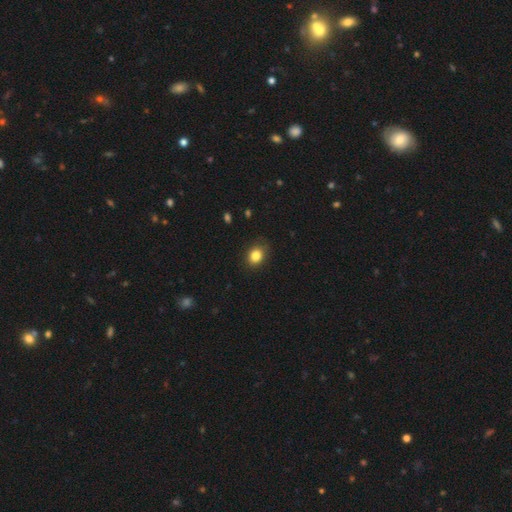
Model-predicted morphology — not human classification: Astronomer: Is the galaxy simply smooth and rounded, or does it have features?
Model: smooth — 85%.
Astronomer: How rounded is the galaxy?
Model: round — 54% (runner-up: in between, 45%).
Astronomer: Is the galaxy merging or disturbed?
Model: none — 84%.